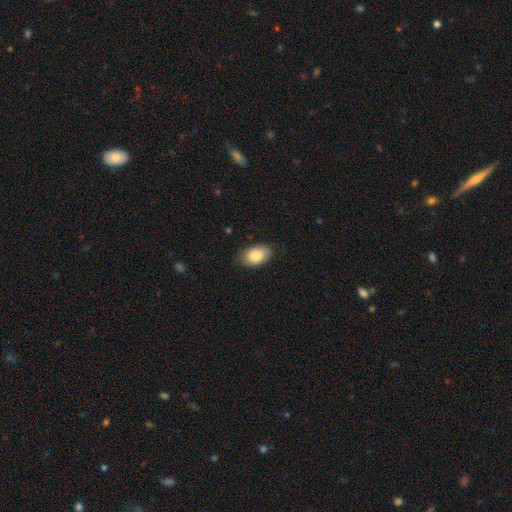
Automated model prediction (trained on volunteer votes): A smooth galaxy with no disk features (85%) that is in between round and cigar-shaped (92%).

Vote fractions:
- Smooth or featured? smooth: 85% / featured or disk: 8% / star or artifact: 6%
- How rounded? in between: 92% / round: 7% / cigar-shaped: 1%
- Merging? none: 82% / minor disturbance: 15% / major disturbance: 3% / merger: 1%